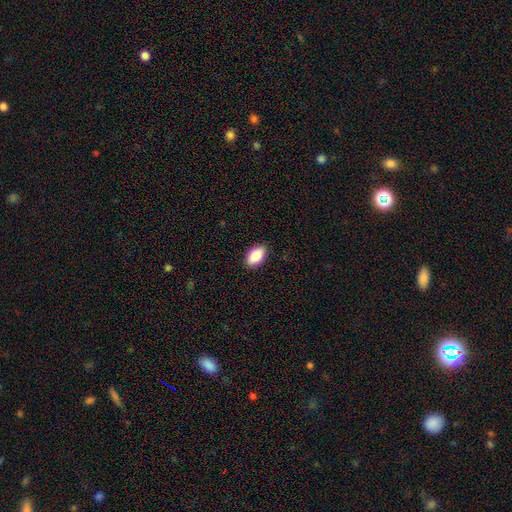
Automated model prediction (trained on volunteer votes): This is clearly a smooth galaxy (87%). How rounded: clearly in between (93%). Merging: clearly none (89%).